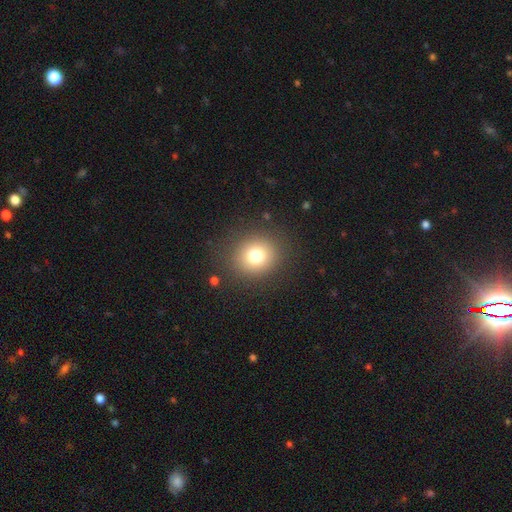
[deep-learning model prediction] Overall: smooth (76%). How rounded: round (83%). Merging: none (87%).